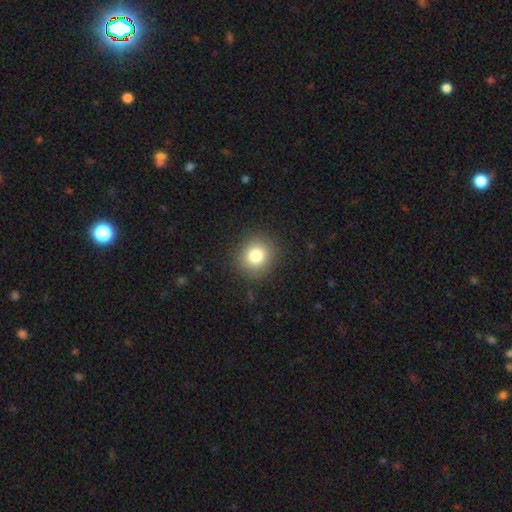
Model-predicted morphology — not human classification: smooth-or-featured: smooth: 81% | star or artifact: 11% | featured or disk: 8%
  how-rounded: round: 86% | in between: 13% | cigar-shaped: 1%
  merging: none: 89% | minor disturbance: 7% | major disturbance: 3% | merger: 1%